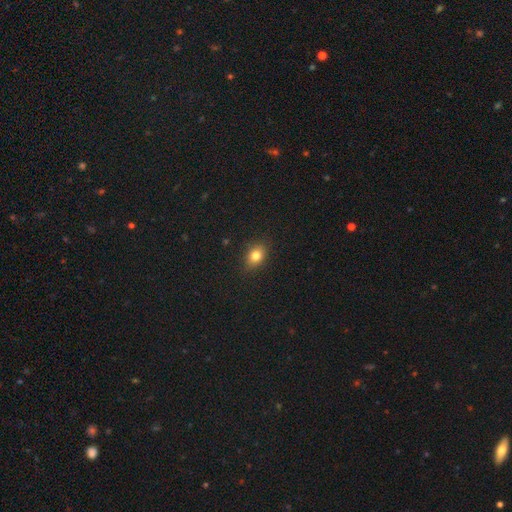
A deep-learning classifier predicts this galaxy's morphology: smooth-or-featured: smooth: 80% | star or artifact: 12% | featured or disk: 9%
  how-rounded: in between: 63% | round: 36% | cigar-shaped: 2%
  merging: none: 85% | minor disturbance: 11% | major disturbance: 3% | merger: 1%